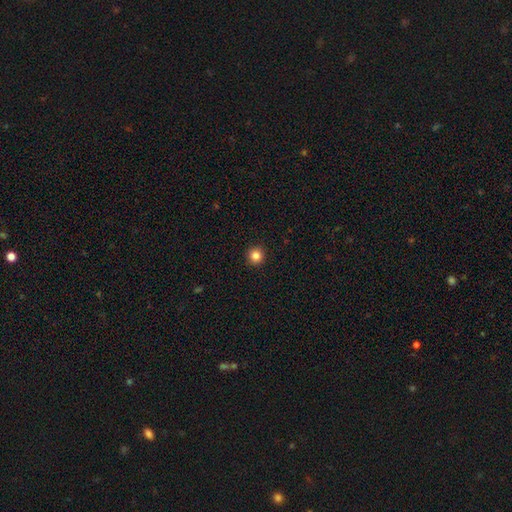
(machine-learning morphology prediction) Smooth or featured? Predicted: smooth (p=0.84). How rounded? Predicted: round (p=0.95). Merging? Predicted: none (p=0.93).